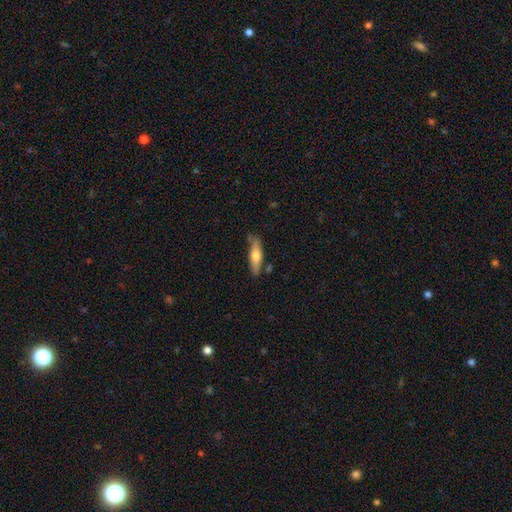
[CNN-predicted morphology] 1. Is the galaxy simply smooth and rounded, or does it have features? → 56% smooth, 38% featured or disk, 6% star or artifact.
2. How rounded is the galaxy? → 64% cigar-shaped, 33% in between, 2% round.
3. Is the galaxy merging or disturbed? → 72% none, 19% minor disturbance, 5% merger, 4% major disturbance.